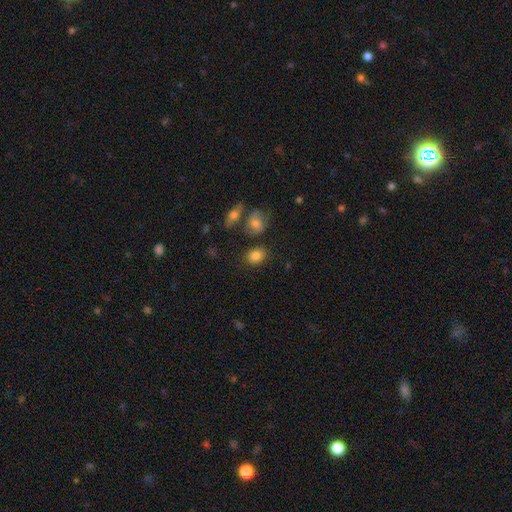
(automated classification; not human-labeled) Smooth or featured? Predicted: smooth (p=0.84). How rounded? Predicted: in between (p=0.50). Merging? Predicted: none (p=0.76).